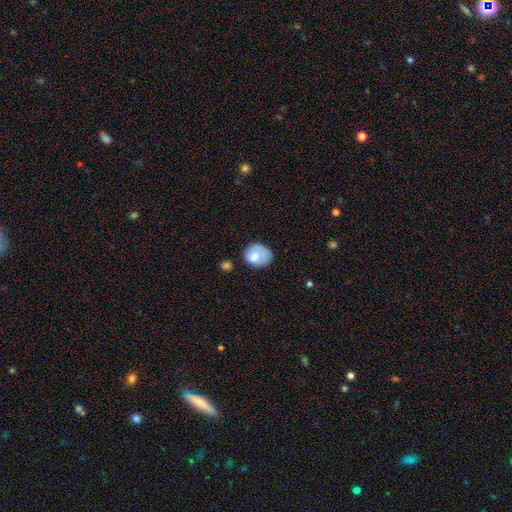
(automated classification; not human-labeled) This is likely a smooth galaxy (76%). How rounded: likely round (61%). Merging: possibly none (55%).